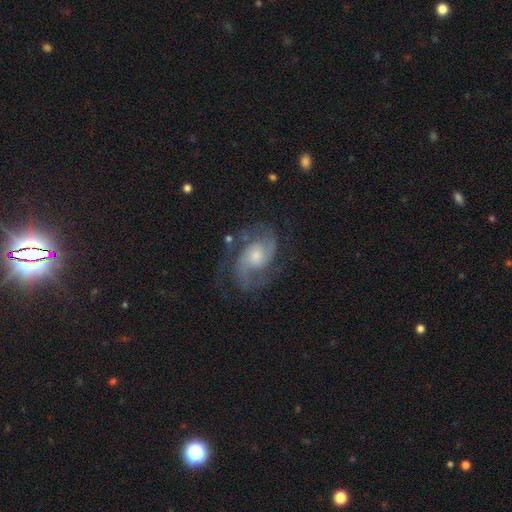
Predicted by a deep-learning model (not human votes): smooth-or-featured: featured or disk: 90% | star or artifact: 5% | smooth: 5%
  disk-edge-on: no: 98% | yes: 2%
    bar: no: 57% | weak: 36% | strong: 7%
    has-spiral-arms: yes: 98% | no: 2%
      spiral-winding: medium: 55% | tight: 31% | loose: 14%
      spiral-arm-count: 2: 82% | 3: 7% | can't tell: 5% | 1: 2% | 4: 2% | more than 4: 2%
    bulge-size: moderate: 50% | small: 35% | large: 9% | none: 5% | dominant: 1%
  merging: none: 73% | minor disturbance: 16% | major disturbance: 9% | merger: 2%